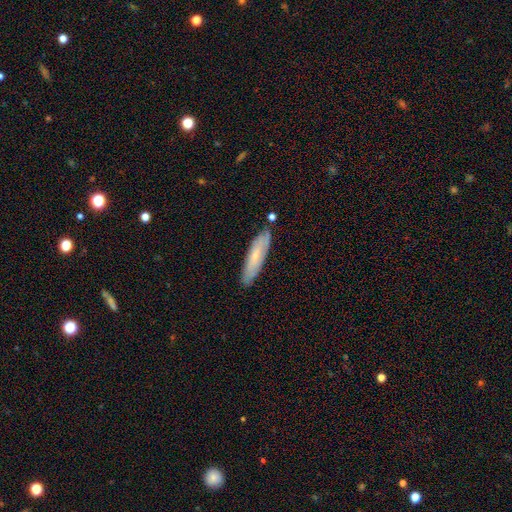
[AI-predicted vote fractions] smooth-or-featured: smooth: 58% | featured or disk: 35% | star or artifact: 7%
  how-rounded: cigar-shaped: 74% | in between: 24% | round: 2%
  merging: none: 83% | minor disturbance: 12% | merger: 3% | major disturbance: 2%